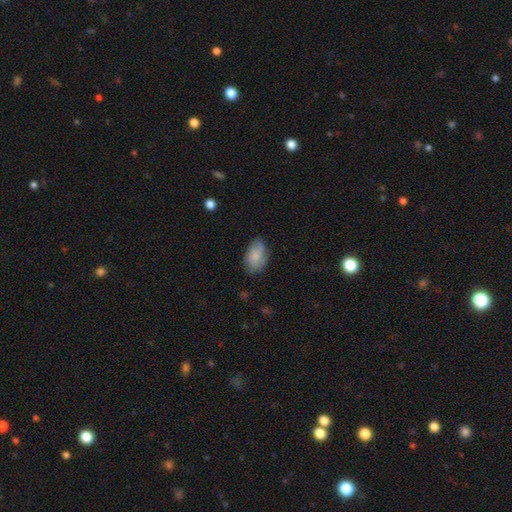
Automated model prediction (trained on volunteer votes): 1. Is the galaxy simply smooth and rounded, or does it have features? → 81% smooth, 13% featured or disk, 7% star or artifact.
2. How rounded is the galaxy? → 91% in between, 8% round, 1% cigar-shaped.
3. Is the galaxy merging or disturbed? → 71% none, 23% minor disturbance, 5% major disturbance, 1% merger.